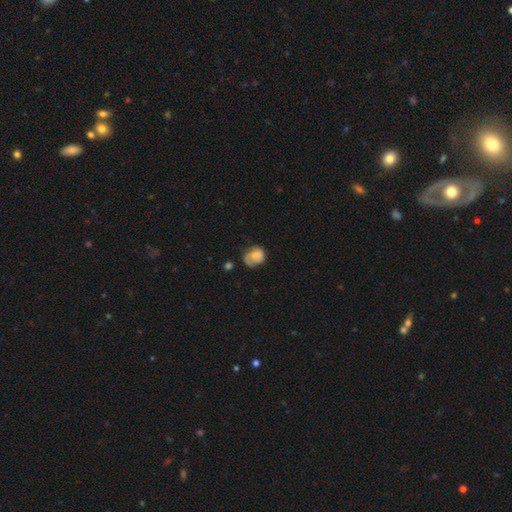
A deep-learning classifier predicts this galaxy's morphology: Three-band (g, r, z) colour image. It shows a smooth galaxy with no disk features (60%) that is round (57%). Merging: none (45%).